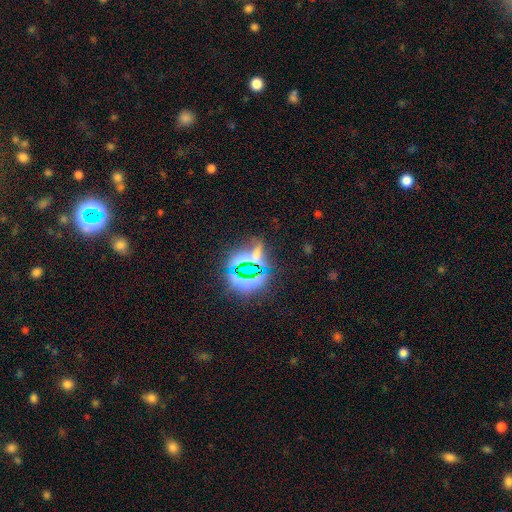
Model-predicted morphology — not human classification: Smooth or featured? star or artifact (74%)